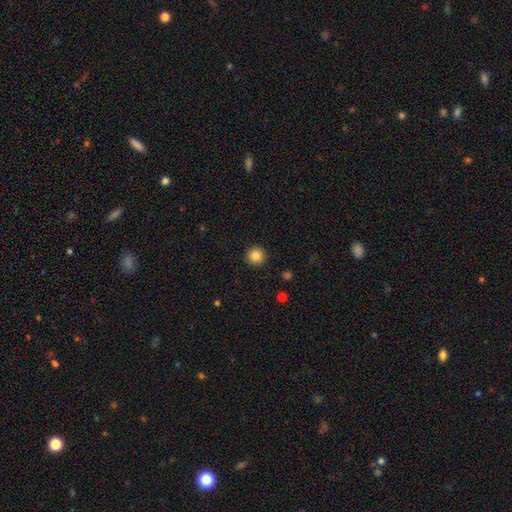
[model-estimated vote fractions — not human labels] Overall: smooth (84%). How rounded: round (96%). Merging: none (93%).